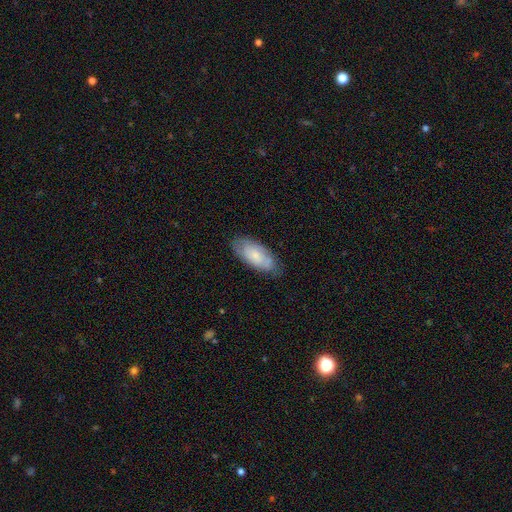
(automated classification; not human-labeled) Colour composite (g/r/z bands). It shows a smooth galaxy with no disk features (56%) that is in between round and cigar-shaped (86%). Merging: none (72%).